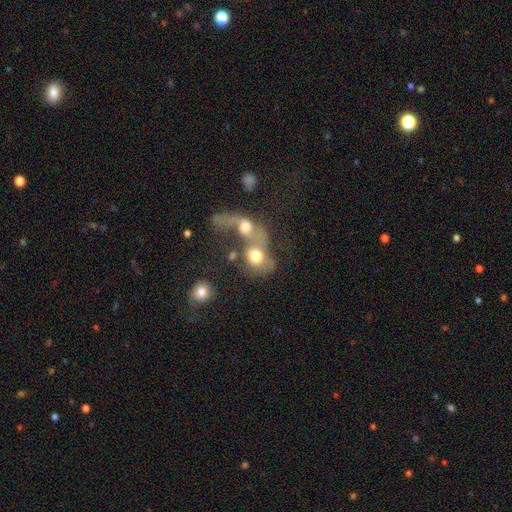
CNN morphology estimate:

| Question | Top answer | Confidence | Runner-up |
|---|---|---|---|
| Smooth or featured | smooth | 59% | featured or disk (30%) |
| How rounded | in between | 56% | round (42%) |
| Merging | merger | 73% | major disturbance (14%) |